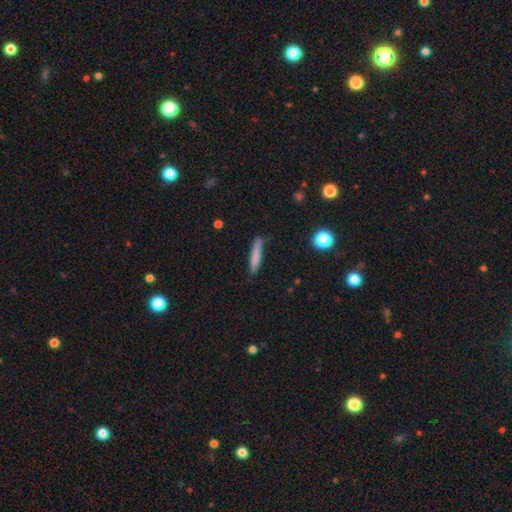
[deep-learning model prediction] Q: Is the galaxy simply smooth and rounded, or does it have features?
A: smooth — 78%.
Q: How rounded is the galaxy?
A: cigar-shaped — 90%.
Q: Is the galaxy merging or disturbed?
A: none — 77%.